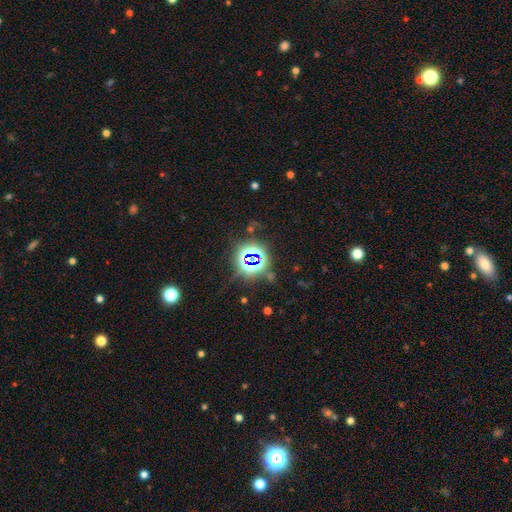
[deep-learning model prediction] A star or artifact, not a galaxy (81%).